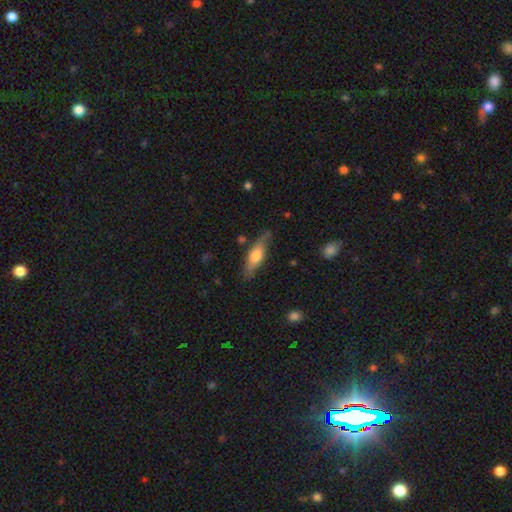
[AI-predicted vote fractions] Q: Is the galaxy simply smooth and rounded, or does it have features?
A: smooth — 54%.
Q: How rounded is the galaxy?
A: cigar-shaped — 54%.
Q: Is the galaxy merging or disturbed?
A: none — 76%.